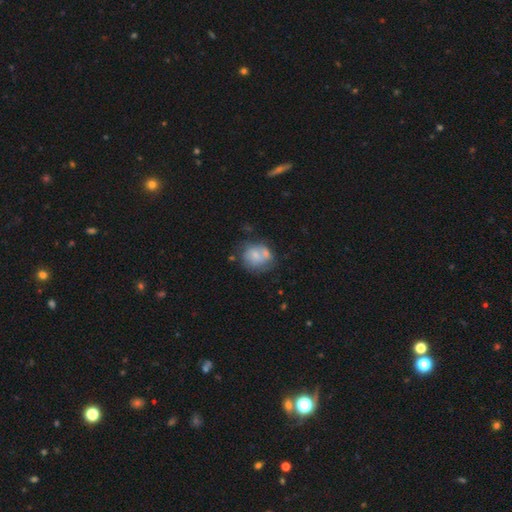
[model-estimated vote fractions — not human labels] smooth-or-featured: smooth: 52% | featured or disk: 40% | star or artifact: 8%
  how-rounded: round: 64% | in between: 35% | cigar-shaped: 1%
  merging: none: 38% | merger: 31% | minor disturbance: 21% | major disturbance: 11%